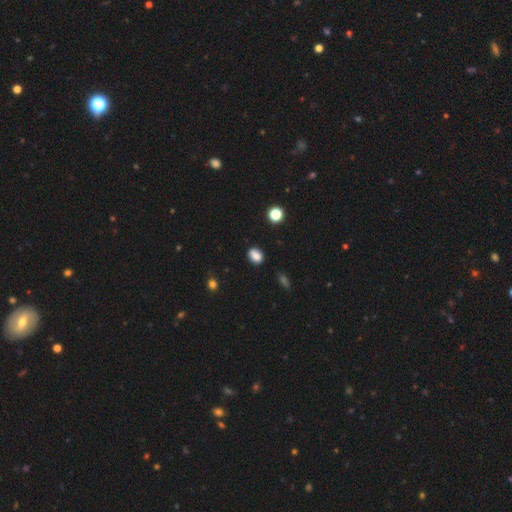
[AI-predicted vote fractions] Smooth or featured? Predicted: smooth (p=0.84). How rounded? Predicted: in between (p=0.71). Merging? Predicted: none (p=0.81).